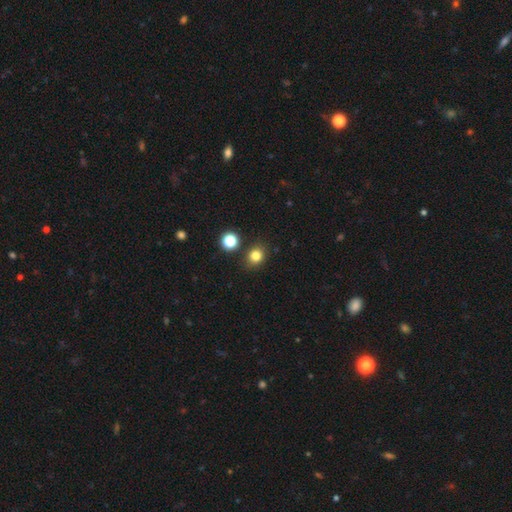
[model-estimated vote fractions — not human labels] The model was most divided on "how rounded": round: 72%, in between: 27%, cigar-shaped: 1%. More confident: merging — none (84%); smooth or featured — smooth (80%).